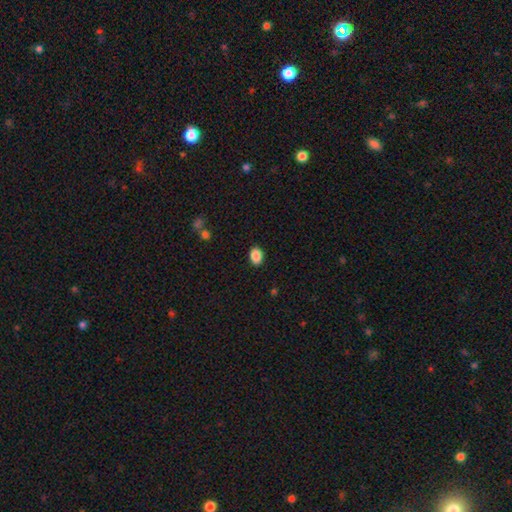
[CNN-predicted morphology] The model was most divided on "how rounded": in between: 77%, round: 22%, cigar-shaped: 1%. More confident: merging — none (89%); smooth or featured — smooth (89%).